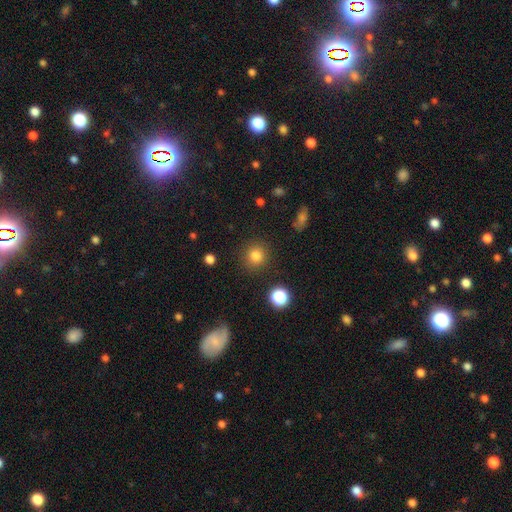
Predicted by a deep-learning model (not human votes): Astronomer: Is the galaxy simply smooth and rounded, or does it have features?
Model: smooth — 82%.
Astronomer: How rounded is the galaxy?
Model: round — 92%.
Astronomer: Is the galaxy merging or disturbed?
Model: none — 88%.